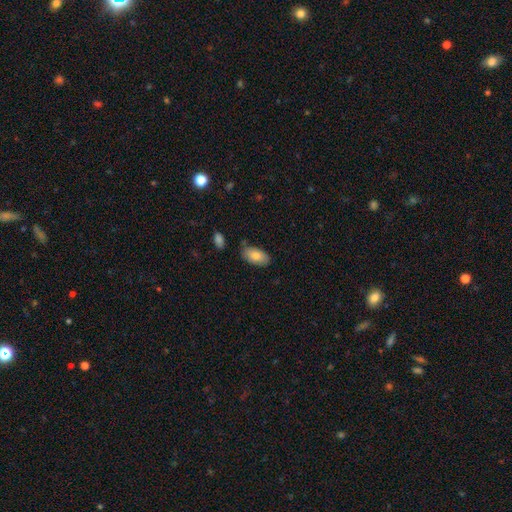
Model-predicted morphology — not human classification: This appears to be a smooth galaxy with no disk features (80%) that is in between round and cigar-shaped (94%). Merging: none (76%).